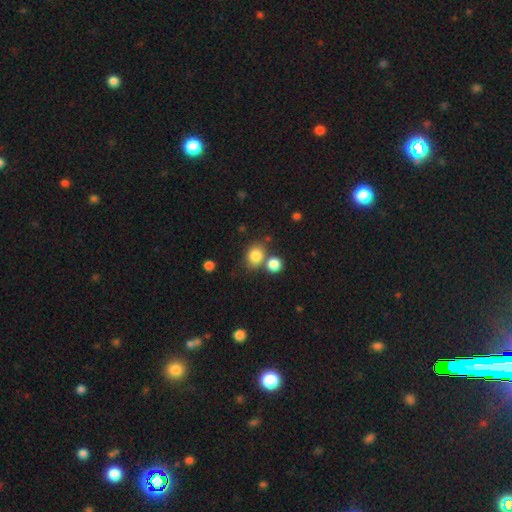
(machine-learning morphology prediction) A smooth galaxy with no disk features (83%) that is round (61%).

Vote fractions:
- Smooth or featured? smooth: 83% / star or artifact: 10% / featured or disk: 7%
- How rounded? round: 61% / in between: 38% / cigar-shaped: 1%
- Merging? none: 61% / merger: 24% / minor disturbance: 10% / major disturbance: 4%